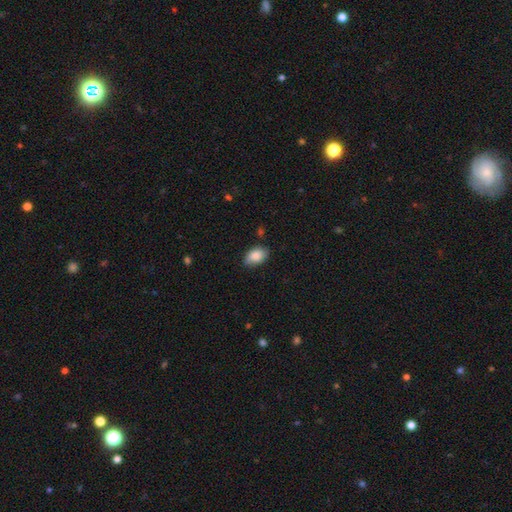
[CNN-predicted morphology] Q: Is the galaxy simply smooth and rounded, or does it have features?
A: smooth — 86%.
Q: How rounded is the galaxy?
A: in between — 89%.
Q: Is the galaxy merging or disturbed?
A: none — 77%.